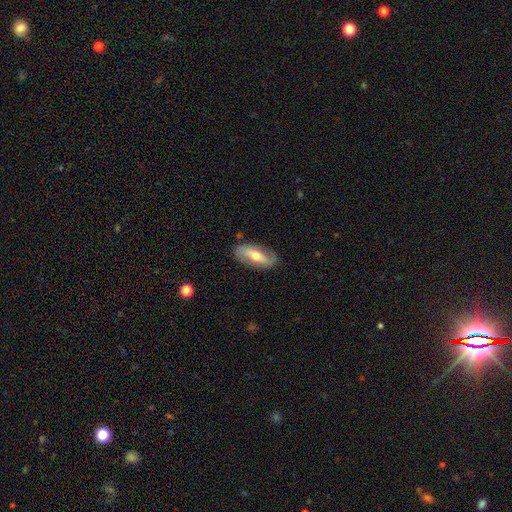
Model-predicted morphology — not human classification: Smooth or featured?
  - featured or disk: 59% *
  - smooth: 35%
  - star or artifact: 6%
Edge-on disk?
  - no: 84% *
  - yes: 16%
Merging?
  - none: 83% *
  - minor disturbance: 13%
  - major disturbance: 4%
  - merger: 1%